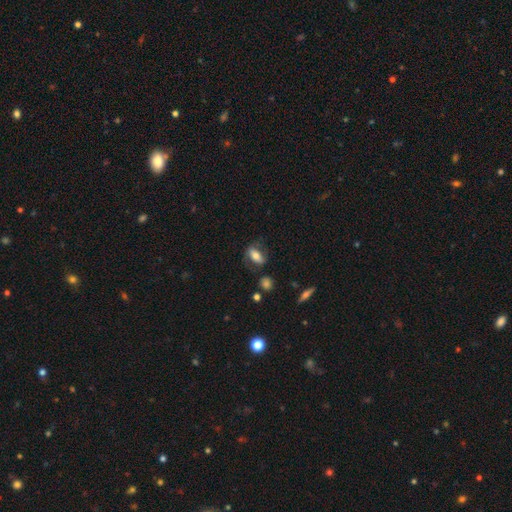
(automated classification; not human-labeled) smooth_or_featured: smooth (p=0.55) [alt: featured or disk p=0.37]
how_rounded: in between (p=0.78) [alt: cigar-shaped p=0.13]
merging: none (p=0.64) [alt: minor disturbance p=0.21]